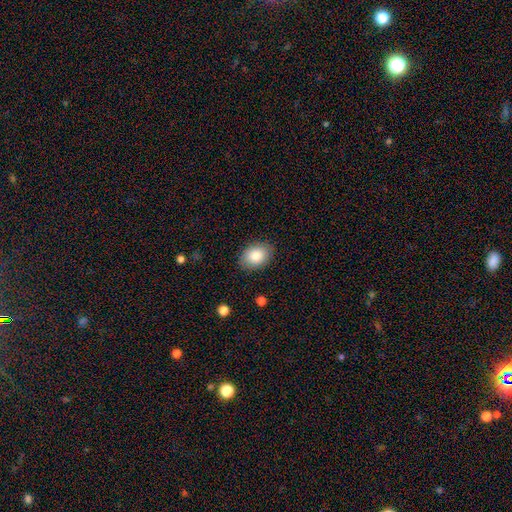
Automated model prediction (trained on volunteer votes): Overall: smooth (84%). How rounded: in between (77%). Merging: none (86%).